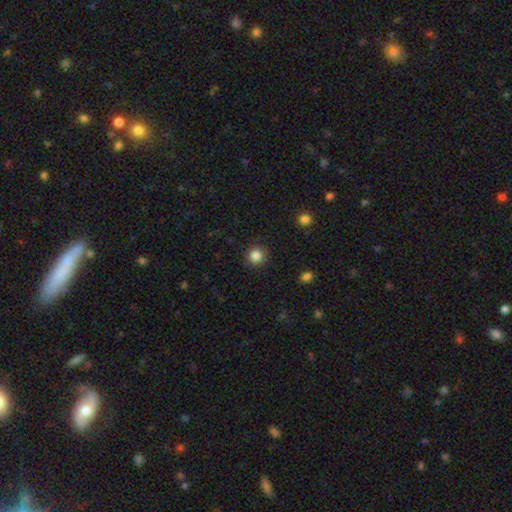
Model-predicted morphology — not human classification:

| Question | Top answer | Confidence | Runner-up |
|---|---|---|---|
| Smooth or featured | smooth | 84% | star or artifact (11%) |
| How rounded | round | 93% | in between (6%) |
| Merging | none | 90% | minor disturbance (7%) |